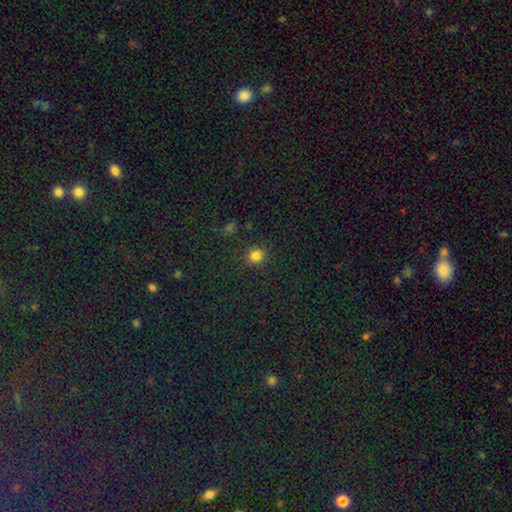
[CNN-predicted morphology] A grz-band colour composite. It shows a smooth galaxy with no disk features (81%) that is round (89%). Merging: none (88%).